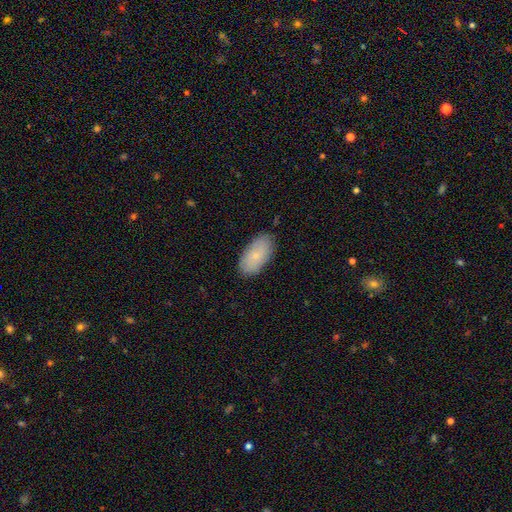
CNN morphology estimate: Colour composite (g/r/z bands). It shows a smooth galaxy with no disk features (78%) that is in between round and cigar-shaped (94%). Merging: none (83%).